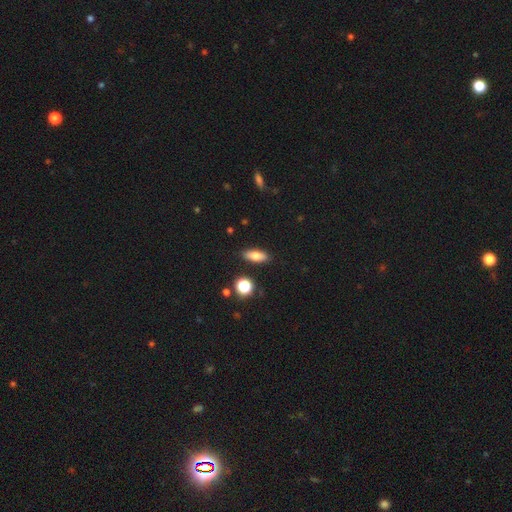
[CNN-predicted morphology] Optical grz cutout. It shows a smooth galaxy with no disk features (73%) that is in between round and cigar-shaped (67%). Merging: none (88%).